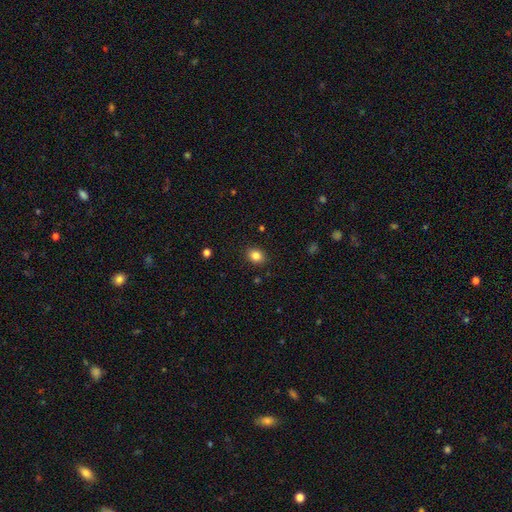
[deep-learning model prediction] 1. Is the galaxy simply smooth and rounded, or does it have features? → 84% smooth, 11% star or artifact, 5% featured or disk.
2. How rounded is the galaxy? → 51% round, 48% in between, 1% cigar-shaped.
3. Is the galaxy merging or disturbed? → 89% none, 8% minor disturbance, 2% major disturbance, 1% merger.